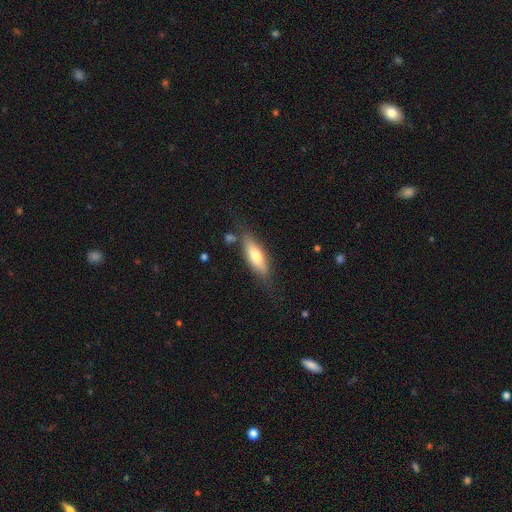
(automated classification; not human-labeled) smooth-or-featured: smooth: 67% | featured or disk: 27% | star or artifact: 6%
  how-rounded: in between: 51% | cigar-shaped: 47% | round: 2%
  merging: none: 71% | minor disturbance: 19% | major disturbance: 6% | merger: 5%